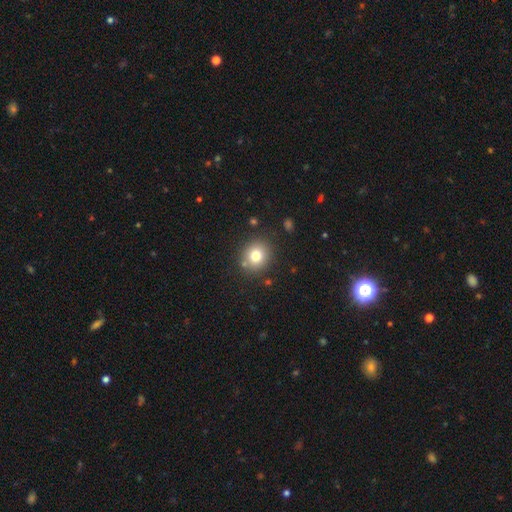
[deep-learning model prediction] Smooth or featured? smooth (77%)
How rounded? round (80%)
Merging? none (84%)